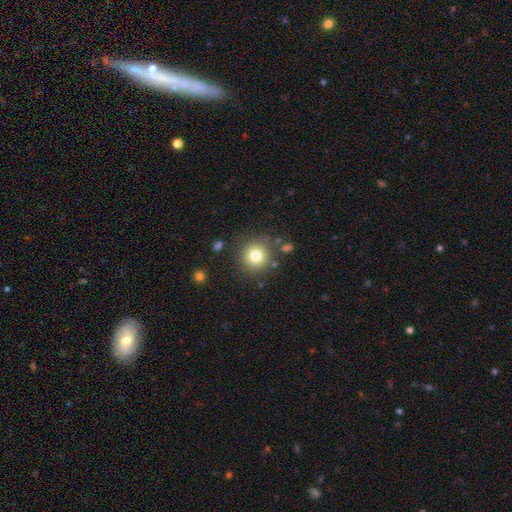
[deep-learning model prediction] Smooth or featured: smooth — 79% (star or artifact — 12%)
How rounded: round — 93% (in between — 6%)
Merging: none — 83% (minor disturbance — 9%)